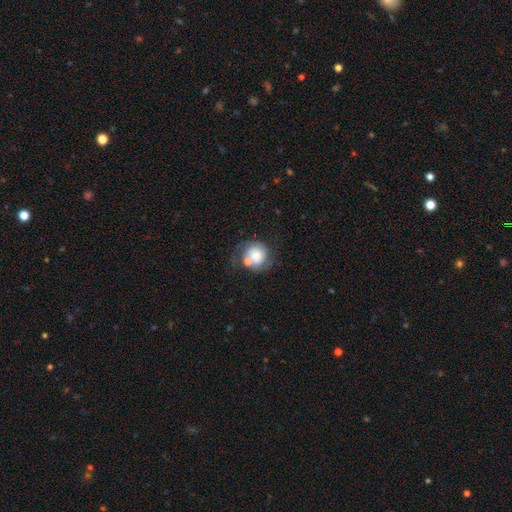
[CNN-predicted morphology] smooth-or-featured: smooth: 53% | featured or disk: 38% | star or artifact: 9%
  how-rounded: round: 84% | in between: 15% | cigar-shaped: 1%
  merging: none: 42% | merger: 24% | minor disturbance: 19% | major disturbance: 15%